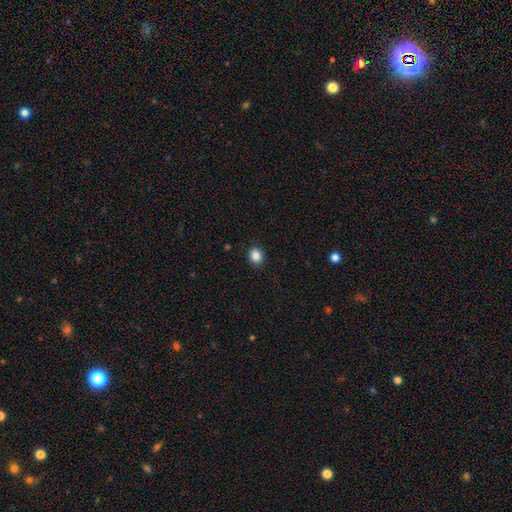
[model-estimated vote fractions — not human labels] Smooth or featured? Predicted: smooth (p=0.87). How rounded? Predicted: round (p=0.59). Merging? Predicted: none (p=0.90).